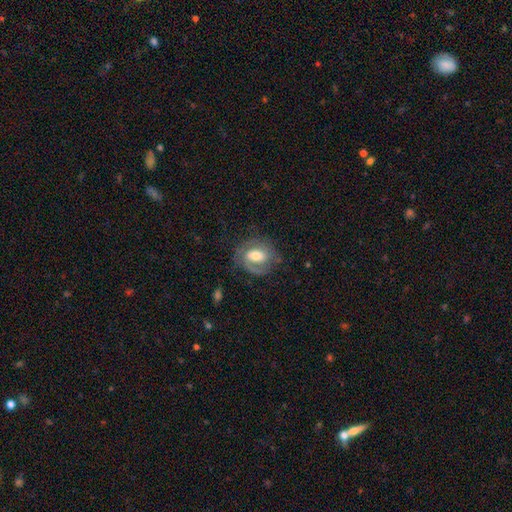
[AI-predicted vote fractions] Q: Smooth or featured?
A: featured or disk (65%); runner-up: smooth (28%)
Q: Edge-on disk?
A: no (96%); runner-up: yes (4%)
Q: Bar?
A: weak (46%); runner-up: no (33%)
Q: Spiral arms?
A: yes (81%); runner-up: no (19%)
Q: Spiral winding?
A: tight (44%); runner-up: medium (40%)
Q: Spiral arm count?
A: 2 (52%); runner-up: 1 (24%)
Q: Bulge size?
A: moderate (58%); runner-up: large (23%)
Q: Merging?
A: none (63%); runner-up: minor disturbance (21%)